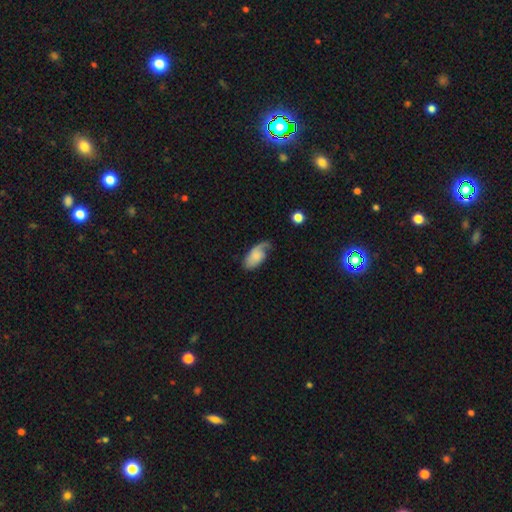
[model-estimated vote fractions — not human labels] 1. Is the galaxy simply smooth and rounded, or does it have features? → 51% smooth, 42% featured or disk, 7% star or artifact.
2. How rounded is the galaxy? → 92% in between, 4% cigar-shaped, 4% round.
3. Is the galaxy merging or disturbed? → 43% none, 32% minor disturbance, 22% major disturbance, 3% merger.